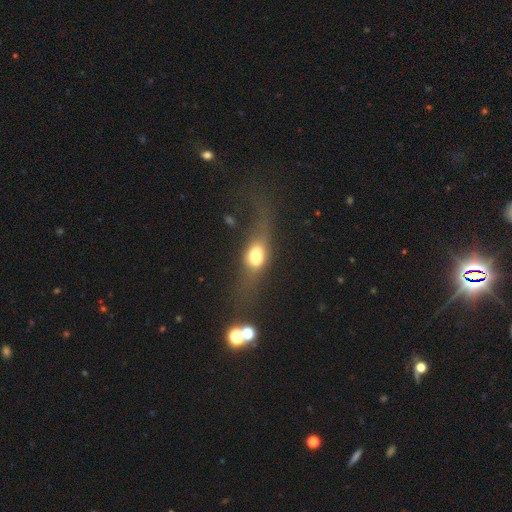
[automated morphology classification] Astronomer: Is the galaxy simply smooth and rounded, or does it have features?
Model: smooth — 46% (runner-up: featured or disk, 41%).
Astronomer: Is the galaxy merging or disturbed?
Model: none — 39% (runner-up: major disturbance, 33%).